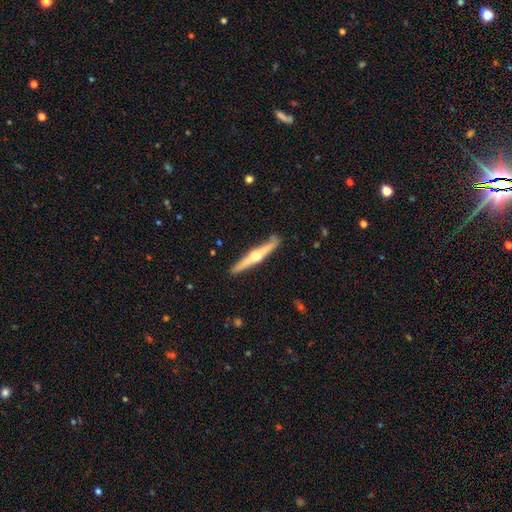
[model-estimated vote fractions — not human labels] A featured or disk galaxy (71%) viewed edge-on (97%) with a rounded central bulge (95%). Merging: none (88%).